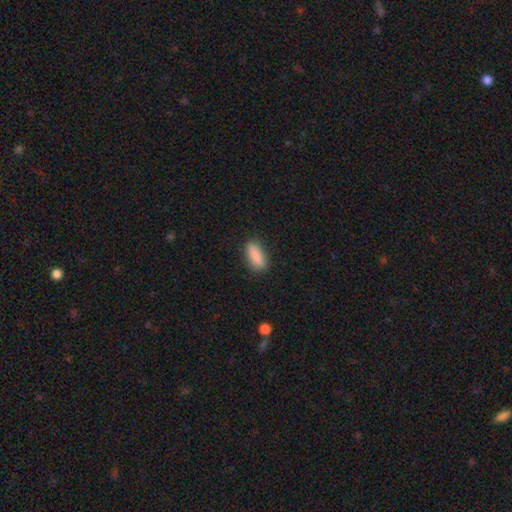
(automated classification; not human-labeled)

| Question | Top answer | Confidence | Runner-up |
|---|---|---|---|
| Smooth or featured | smooth | 87% | star or artifact (7%) |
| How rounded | in between | 68% | cigar-shaped (29%) |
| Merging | none | 84% | minor disturbance (12%) |